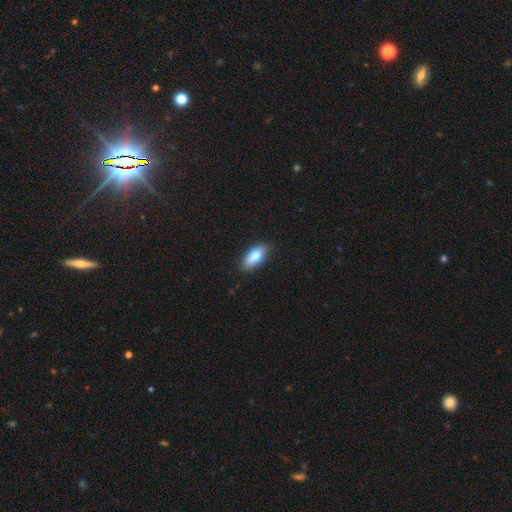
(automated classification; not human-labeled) Overall: smooth (79%). How rounded: in between (85%). Merging: none (85%).